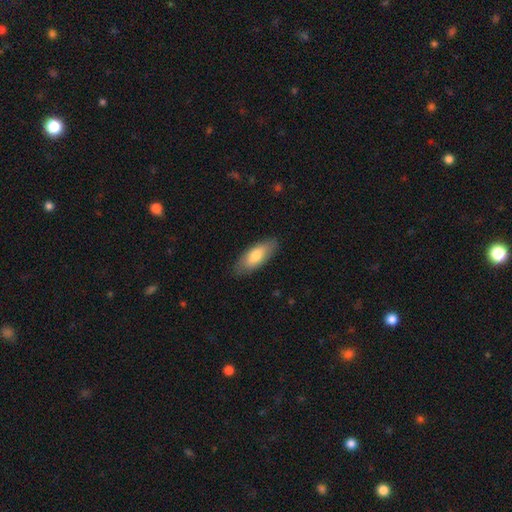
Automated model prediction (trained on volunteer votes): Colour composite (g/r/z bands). It shows a smooth galaxy with no disk features (74%) that is in between round and cigar-shaped (76%). Merging: none (84%).